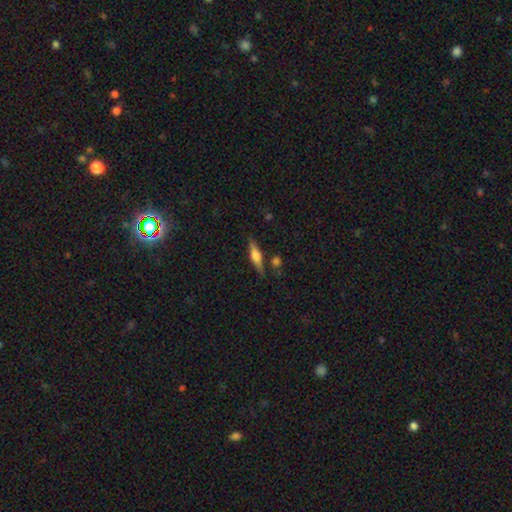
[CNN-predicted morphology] Smooth or featured: featured or disk — 52% (smooth — 40%)
Edge-on disk: yes — 94% (no — 6%)
Merging: none — 80% (minor disturbance — 12%)